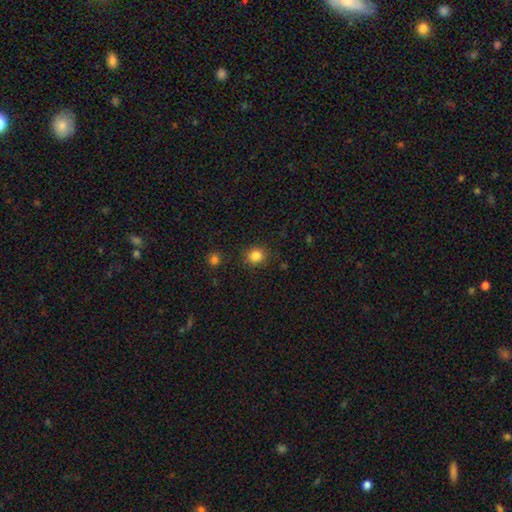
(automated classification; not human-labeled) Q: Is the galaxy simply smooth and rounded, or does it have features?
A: smooth — 84%.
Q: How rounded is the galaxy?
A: round — 84%.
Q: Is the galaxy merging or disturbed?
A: none — 87%.